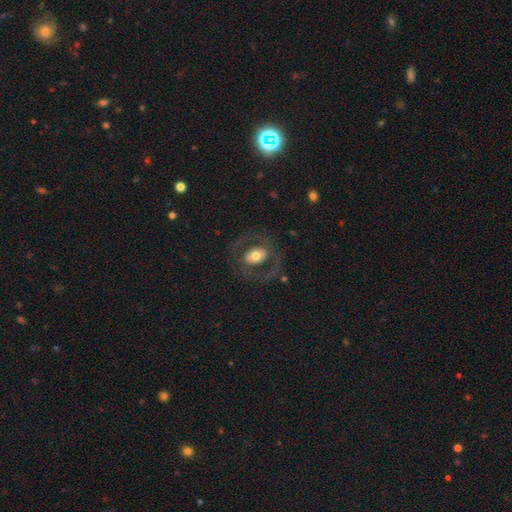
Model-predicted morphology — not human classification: A featured or disk galaxy (52%). Merging: none (73%).